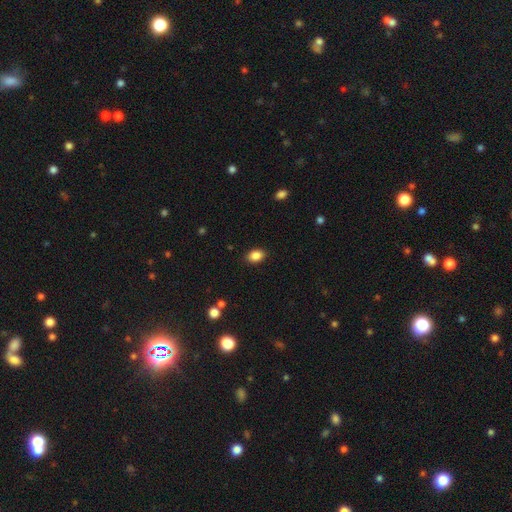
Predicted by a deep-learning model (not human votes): A smooth galaxy with no disk features (87%) that is in between round and cigar-shaped (81%).

Vote fractions:
- Smooth or featured? smooth: 87% / star or artifact: 9% / featured or disk: 4%
- How rounded? in between: 81% / round: 18% / cigar-shaped: 1%
- Merging? none: 88% / minor disturbance: 8% / major disturbance: 2% / merger: 1%